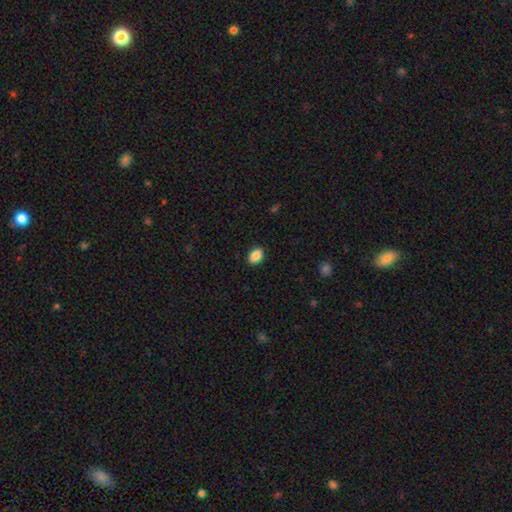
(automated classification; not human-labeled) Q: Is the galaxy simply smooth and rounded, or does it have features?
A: smooth — 88%.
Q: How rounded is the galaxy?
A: in between — 73%.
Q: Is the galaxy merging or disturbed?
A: none — 90%.